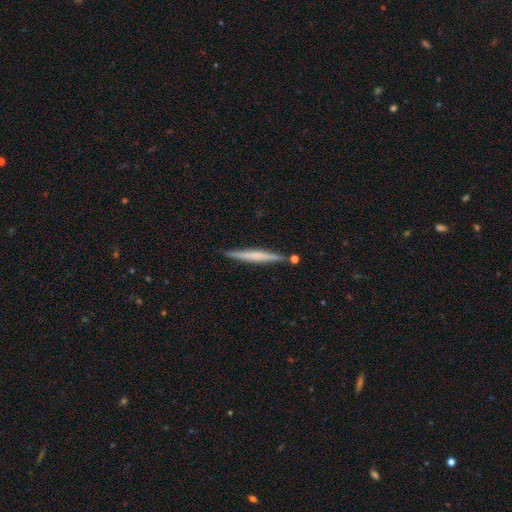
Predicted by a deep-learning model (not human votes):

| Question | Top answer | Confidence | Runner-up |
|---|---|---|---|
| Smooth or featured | featured or disk | 52% | smooth (43%) |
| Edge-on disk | yes | 97% | no (3%) |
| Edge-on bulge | none | 65% | rounded (21%) |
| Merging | none | 86% | minor disturbance (9%) |